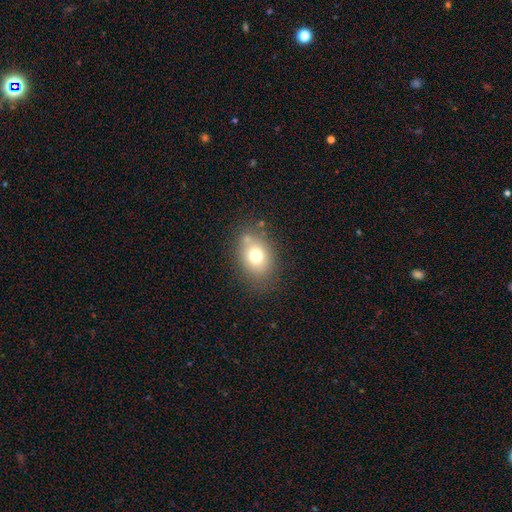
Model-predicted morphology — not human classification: Overall: smooth (73%). How rounded: in between (64%; round 35%). Merging: none (71%).